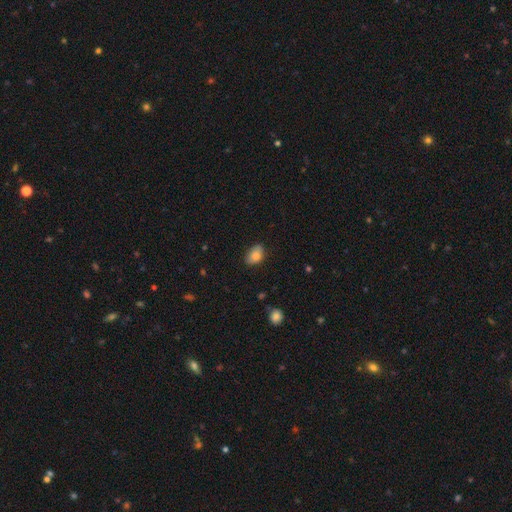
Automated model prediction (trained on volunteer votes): Smooth or featured? smooth (81%)
How rounded? in between (87%)
Merging? none (74%)